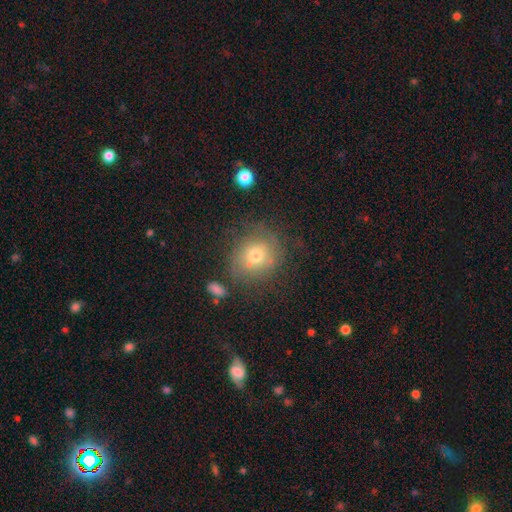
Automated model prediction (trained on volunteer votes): Smooth or featured? Predicted: smooth (p=0.59). How rounded? Predicted: round (p=0.78). Merging? Predicted: none (p=0.63).